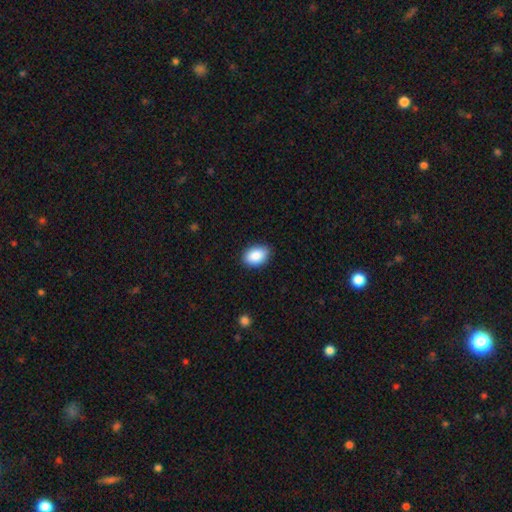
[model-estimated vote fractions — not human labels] A smooth galaxy with no disk features (89%) that is in between round and cigar-shaped (85%).

Vote fractions:
- Smooth or featured? smooth: 89% / star or artifact: 7% / featured or disk: 4%
- How rounded? in between: 85% / round: 14% / cigar-shaped: 1%
- Merging? none: 87% / minor disturbance: 10% / major disturbance: 2% / merger: 1%